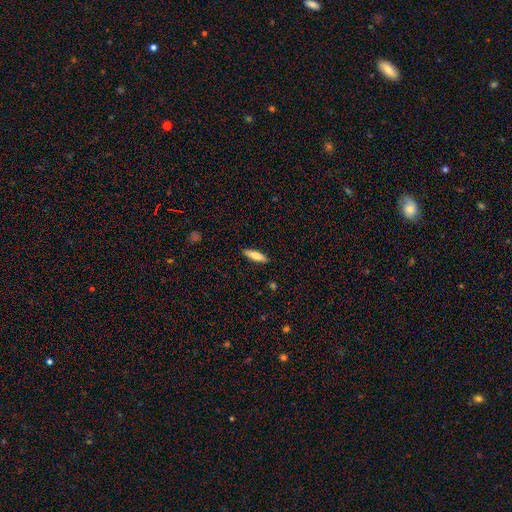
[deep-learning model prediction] Smooth or featured?
  - smooth: 77% *
  - featured or disk: 18%
  - star or artifact: 6%
How rounded?
  - cigar-shaped: 61% *
  - in between: 38%
  - round: 2%
Merging?
  - none: 90% *
  - minor disturbance: 8%
  - major disturbance: 2%
  - merger: 1%